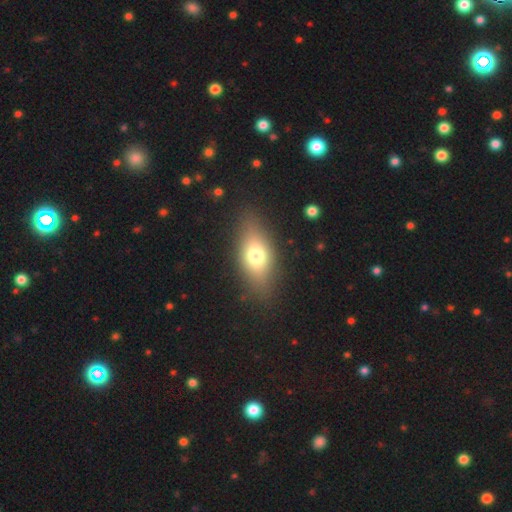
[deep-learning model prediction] Q: Smooth or featured?
A: smooth (70%); runner-up: featured or disk (20%)
Q: How rounded?
A: in between (79%); runner-up: cigar-shaped (11%)
Q: Merging?
A: none (81%); runner-up: minor disturbance (12%)